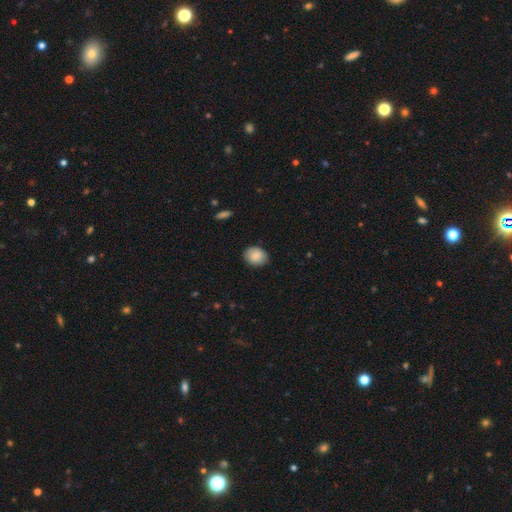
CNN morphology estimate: type=smooth (86%); roundness=in between (52%); merging=none (81%).